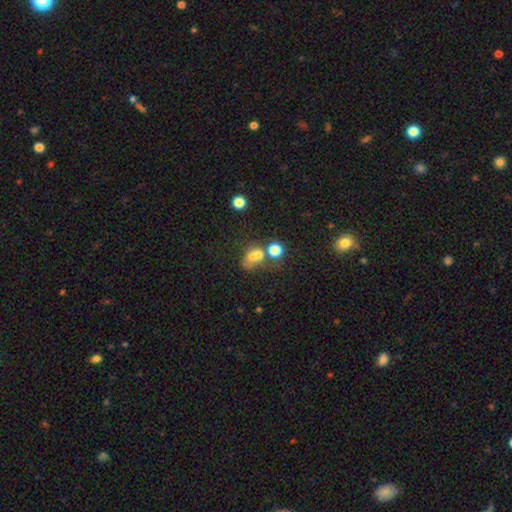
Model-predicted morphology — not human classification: type=smooth (62%); roundness=round (51%); merging=merger (51%).